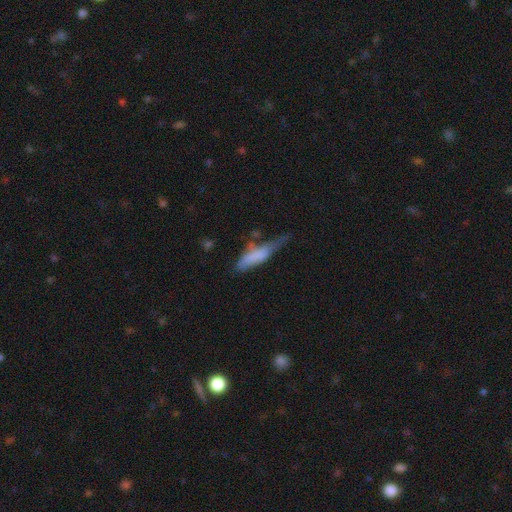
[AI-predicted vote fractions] A smooth galaxy with no disk features (68%) that is cigar-shaped (61%). Merging: minor disturbance (37%).